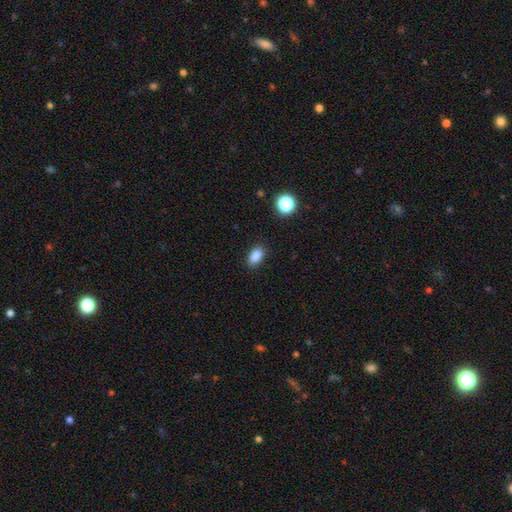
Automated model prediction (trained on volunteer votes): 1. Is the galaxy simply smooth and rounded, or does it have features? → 86% smooth, 10% star or artifact, 3% featured or disk.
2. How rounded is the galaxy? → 88% in between, 8% round, 3% cigar-shaped.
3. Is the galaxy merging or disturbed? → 87% none, 9% minor disturbance, 2% major disturbance, 1% merger.